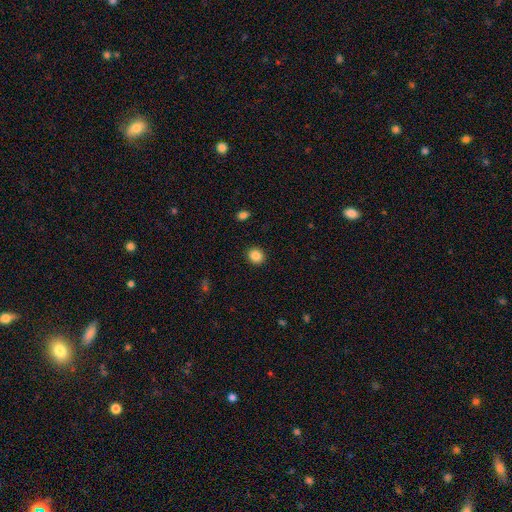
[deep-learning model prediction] Smooth or featured?
  - smooth: 86% *
  - star or artifact: 10%
  - featured or disk: 4%
How rounded?
  - round: 84% *
  - in between: 16%
  - cigar-shaped: 1%
Merging?
  - none: 92% *
  - minor disturbance: 5%
  - major disturbance: 2%
  - merger: 1%